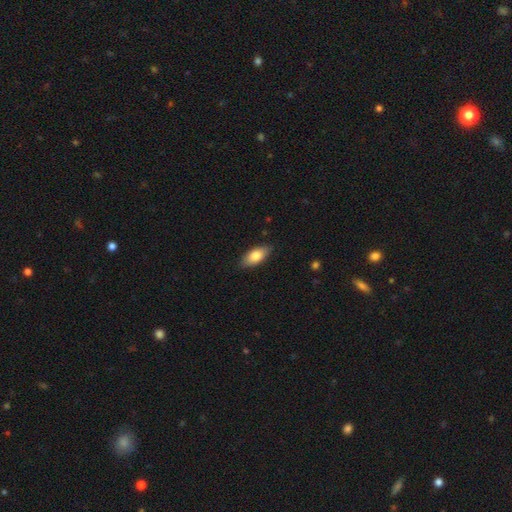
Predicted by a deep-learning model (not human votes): smooth-or-featured: smooth: 78% | featured or disk: 16% | star or artifact: 6%
  how-rounded: in between: 87% | cigar-shaped: 10% | round: 3%
  merging: none: 85% | minor disturbance: 12% | major disturbance: 2% | merger: 1%